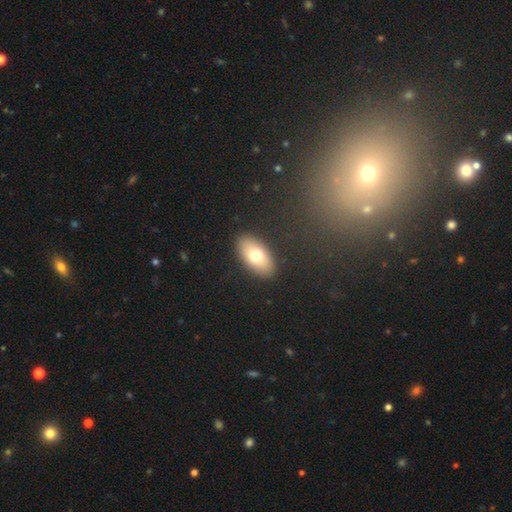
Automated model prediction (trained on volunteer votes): smooth 71%, featured or disk 21%, star or artifact 7%. Down the decision tree: how rounded — in between (93%); merging — none (90%).